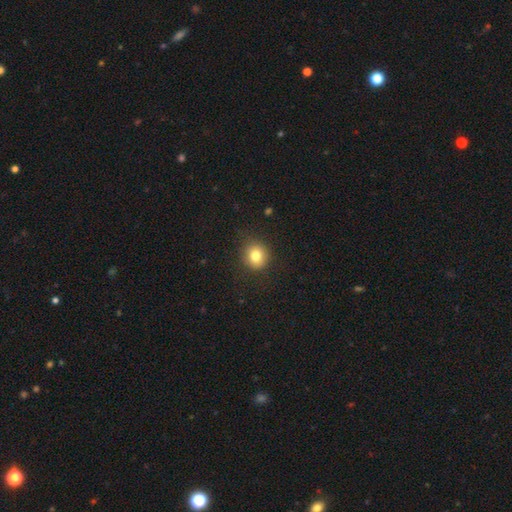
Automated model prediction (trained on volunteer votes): Morphology: type=smooth (81%); roundness=round (85%); merging=none (87%).